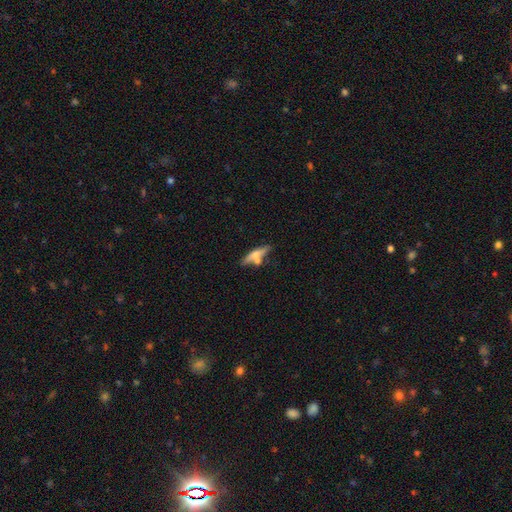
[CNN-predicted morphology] type=smooth (49%); merging=none (54%).